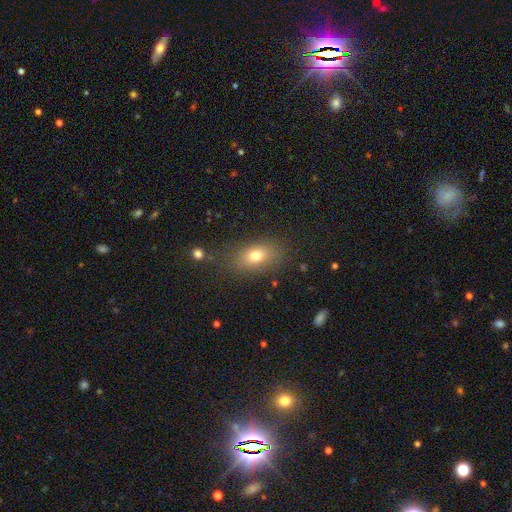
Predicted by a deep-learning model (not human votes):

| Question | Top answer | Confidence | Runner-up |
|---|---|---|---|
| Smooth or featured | smooth | 75% | featured or disk (14%) |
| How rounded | in between | 81% | round (14%) |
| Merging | none | 79% | minor disturbance (13%) |